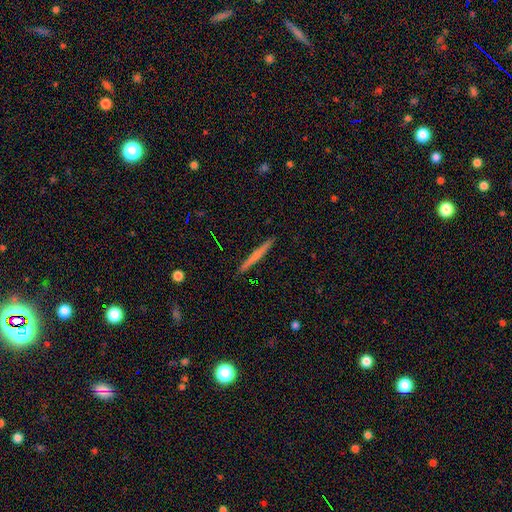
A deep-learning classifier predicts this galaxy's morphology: Smooth or featured? smooth (51%)
How rounded? cigar-shaped (96%)
Merging? none (92%)